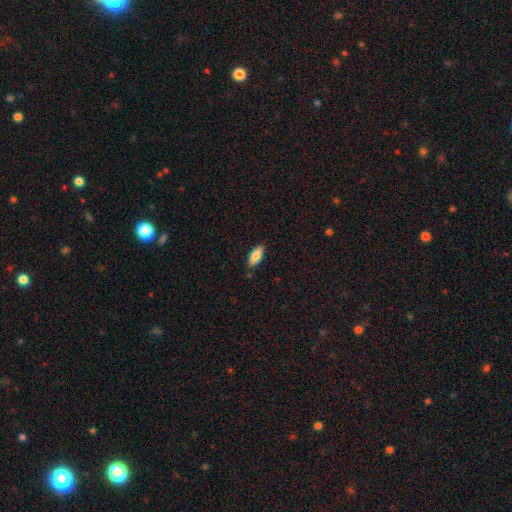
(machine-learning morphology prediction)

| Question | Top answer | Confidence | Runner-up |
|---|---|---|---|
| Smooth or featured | smooth | 81% | featured or disk (13%) |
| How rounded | in between | 80% | cigar-shaped (18%) |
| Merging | none | 83% | minor disturbance (13%) |